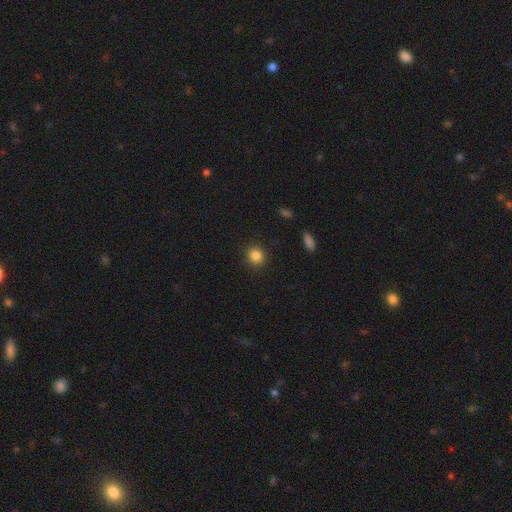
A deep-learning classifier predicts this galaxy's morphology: This appears to be a smooth galaxy with no disk features (84%) that is round (81%). Merging: none (90%).